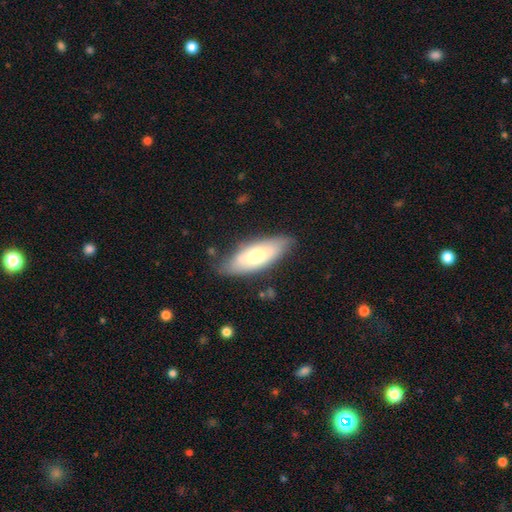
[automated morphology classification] smooth-or-featured: smooth: 55% | featured or disk: 39% | star or artifact: 6%
  how-rounded: in between: 73% | cigar-shaped: 25% | round: 2%
  merging: none: 74% | minor disturbance: 21% | major disturbance: 4% | merger: 2%